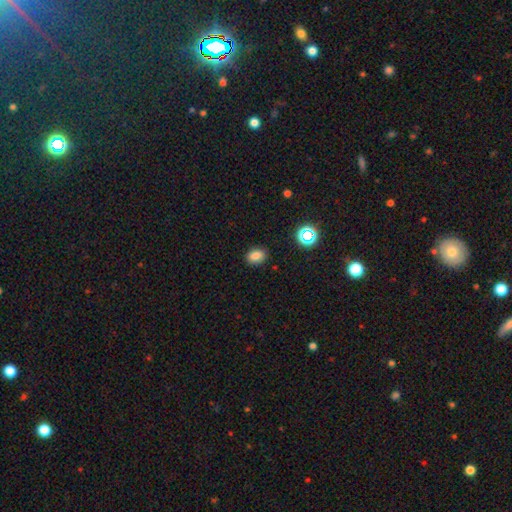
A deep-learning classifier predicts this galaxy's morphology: smooth-or-featured: smooth: 80% | star or artifact: 14% | featured or disk: 6%
  how-rounded: in between: 64% | round: 35% | cigar-shaped: 1%
  merging: none: 88% | minor disturbance: 8% | major disturbance: 2% | merger: 1%